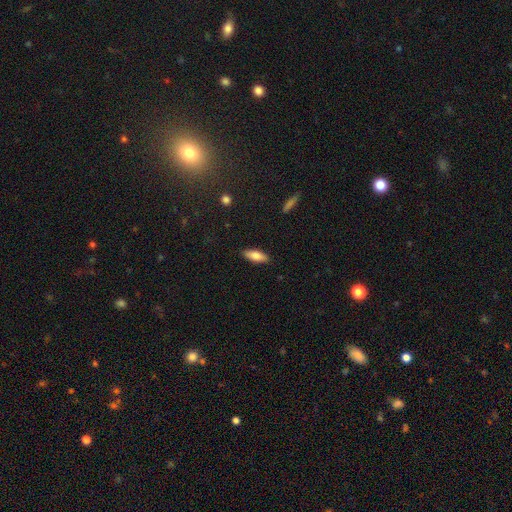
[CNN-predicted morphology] Q: Smooth or featured?
A: smooth (78%); runner-up: featured or disk (15%)
Q: How rounded?
A: in between (68%); runner-up: cigar-shaped (30%)
Q: Merging?
A: none (88%); runner-up: minor disturbance (9%)